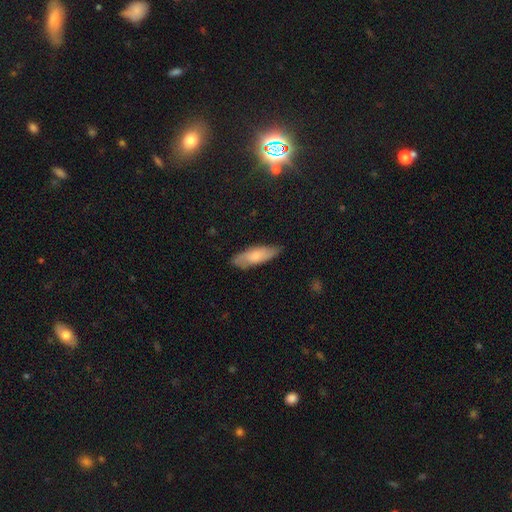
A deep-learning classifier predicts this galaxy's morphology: A smooth galaxy with no disk features (62%) that is in between round and cigar-shaped (63%). Merging: none (76%).